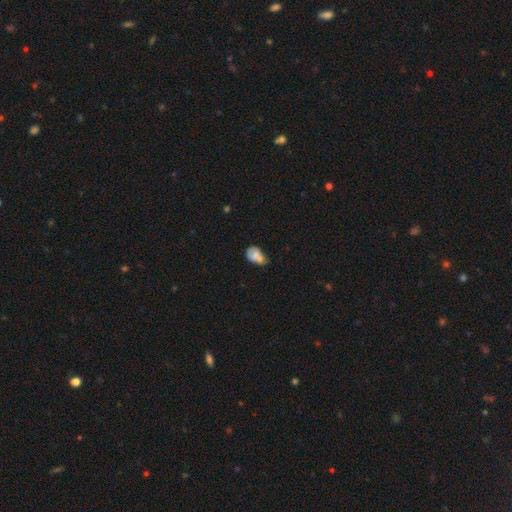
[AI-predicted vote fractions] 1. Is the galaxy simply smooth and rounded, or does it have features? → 66% smooth, 25% featured or disk, 9% star or artifact.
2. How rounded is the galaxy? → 80% in between, 18% round, 2% cigar-shaped.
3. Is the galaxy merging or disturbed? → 30% merger (tied), 30% minor disturbance (tied), 28% none, 13% major disturbance.